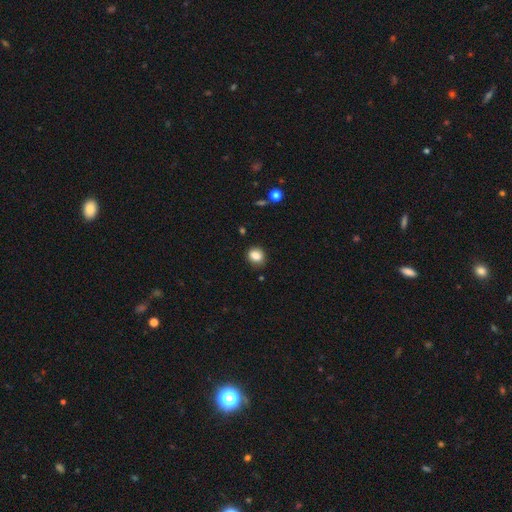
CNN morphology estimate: type=smooth (86%); roundness=round (62%); merging=none (83%).